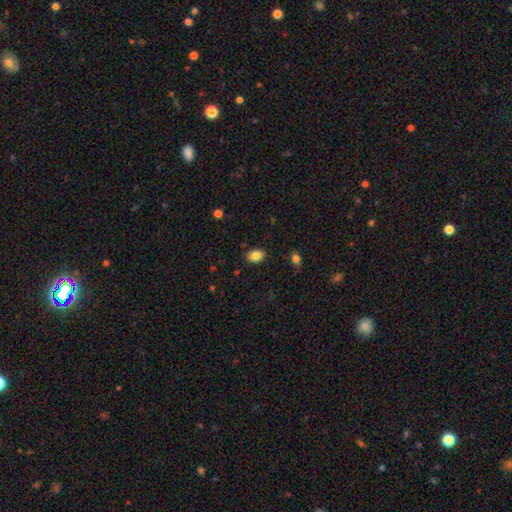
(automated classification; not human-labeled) Smooth or featured? smooth (85%)
How rounded? in between (83%)
Merging? none (87%)